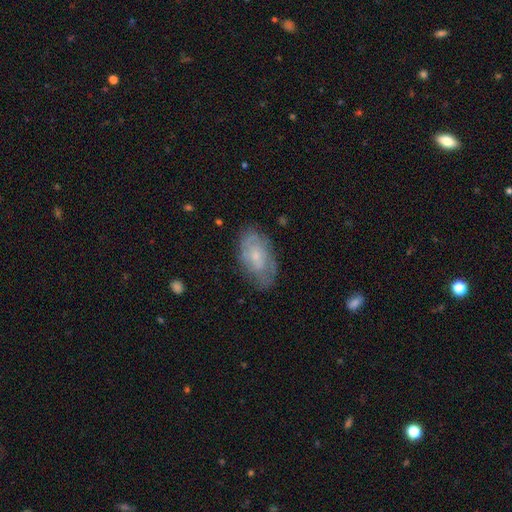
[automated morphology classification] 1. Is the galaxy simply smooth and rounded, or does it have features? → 60% featured or disk, 32% smooth, 8% star or artifact.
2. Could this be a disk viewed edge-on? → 94% no, 6% yes.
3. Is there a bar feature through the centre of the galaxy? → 71% no, 26% weak, 4% strong.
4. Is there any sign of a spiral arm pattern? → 75% yes, 25% no.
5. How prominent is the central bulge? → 63% small, 28% moderate, 7% none, 2% large, 1% dominant.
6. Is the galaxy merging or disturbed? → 73% none, 20% minor disturbance, 6% major disturbance, 1% merger.